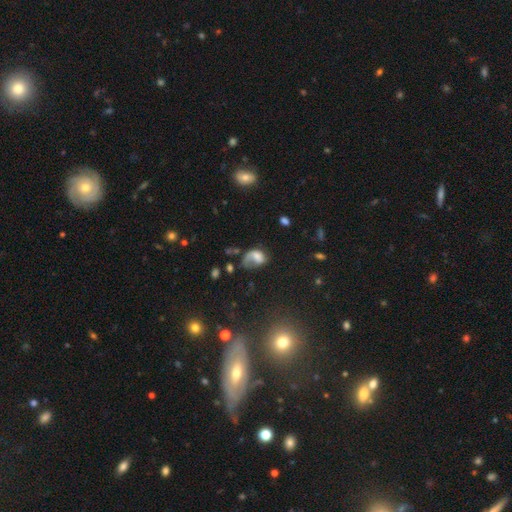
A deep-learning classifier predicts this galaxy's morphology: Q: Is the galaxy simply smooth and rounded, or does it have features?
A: smooth — 50%.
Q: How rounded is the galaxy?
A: in between — 74%.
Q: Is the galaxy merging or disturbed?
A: major disturbance — 45%.